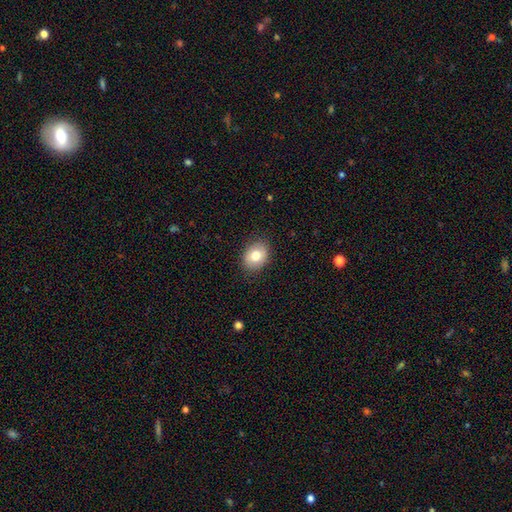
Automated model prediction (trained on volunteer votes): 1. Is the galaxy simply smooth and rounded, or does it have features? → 77% smooth, 15% featured or disk, 8% star or artifact.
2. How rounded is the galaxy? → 55% in between, 44% round, 1% cigar-shaped.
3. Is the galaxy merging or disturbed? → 87% none, 10% minor disturbance, 2% major disturbance, 1% merger.